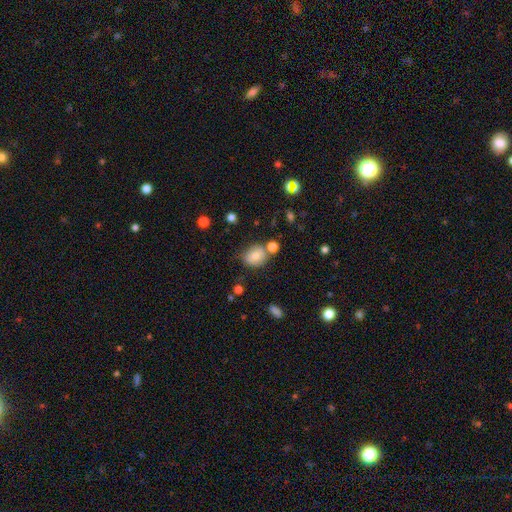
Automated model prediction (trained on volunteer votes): Overall: smooth (76%). How rounded: round (61%; in between 38%). Merging: none (62%).